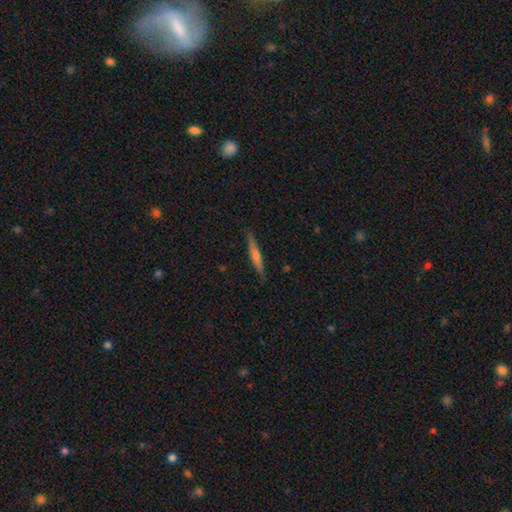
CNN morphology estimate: Overall: featured or disk (57%; smooth 36%). Edge-on disk: yes (97%). Edge-on bulge: rounded (58%; none 31%). Merging: none (89%).